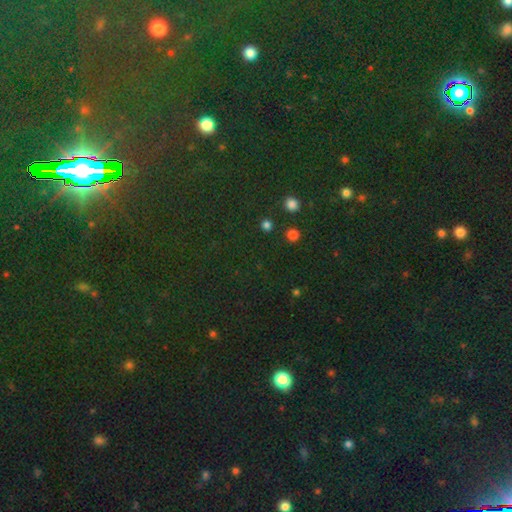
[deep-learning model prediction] Smooth or featured? Predicted: star or artifact (p=0.76).